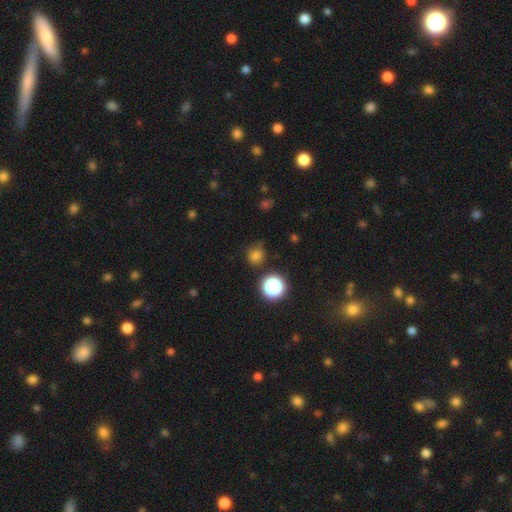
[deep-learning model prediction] Smooth or featured: smooth — 75% (star or artifact — 20%)
How rounded: round — 85% (in between — 14%)
Merging: none — 73% (minor disturbance — 19%)